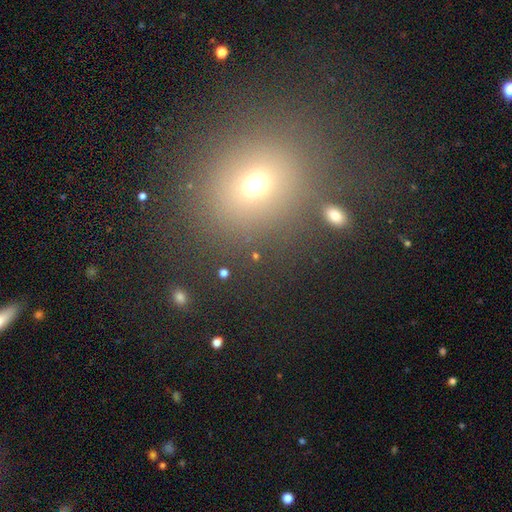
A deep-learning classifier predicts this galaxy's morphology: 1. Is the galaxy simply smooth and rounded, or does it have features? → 56% smooth, 32% star or artifact, 12% featured or disk.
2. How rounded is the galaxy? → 70% round, 27% in between, 3% cigar-shaped.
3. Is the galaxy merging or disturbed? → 80% none, 9% minor disturbance, 6% merger, 5% major disturbance.